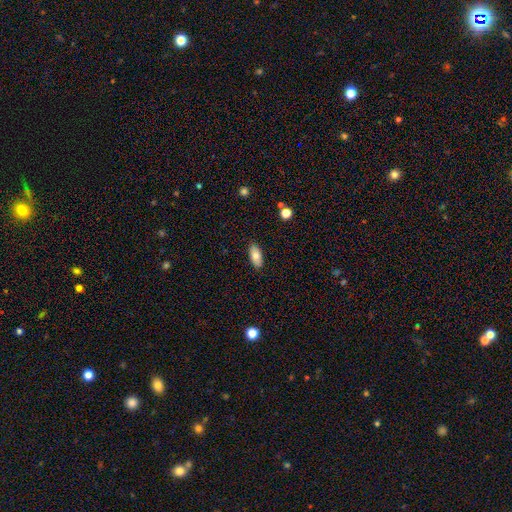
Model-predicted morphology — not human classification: type=smooth (78%); roundness=in between (88%); merging=none (88%).